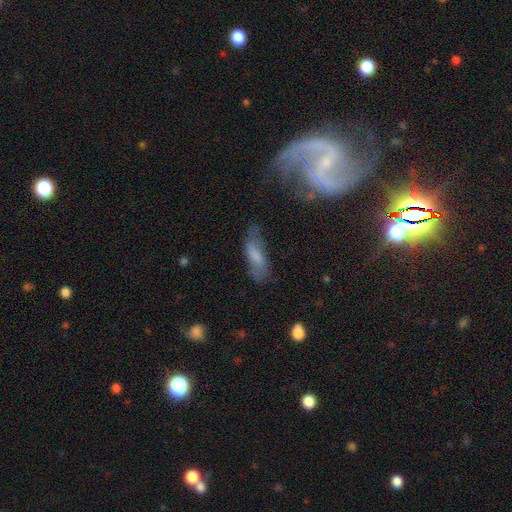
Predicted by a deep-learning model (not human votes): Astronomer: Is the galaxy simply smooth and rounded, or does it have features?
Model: smooth — 61%.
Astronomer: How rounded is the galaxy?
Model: in between — 51% (runner-up: cigar-shaped, 46%).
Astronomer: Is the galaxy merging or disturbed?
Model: none — 57%.